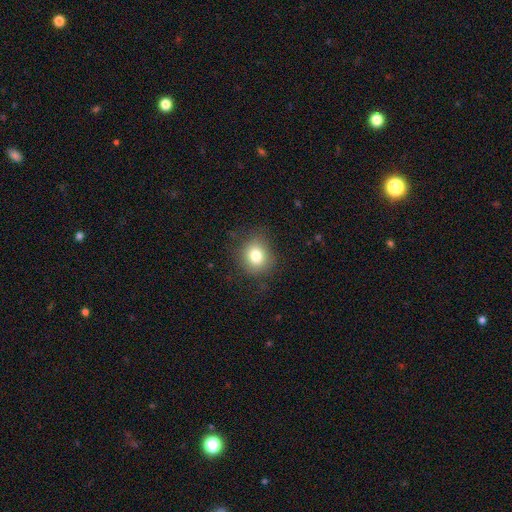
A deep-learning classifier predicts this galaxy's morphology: A smooth galaxy with no disk features (79%) that is round (76%). Merging: none (80%).